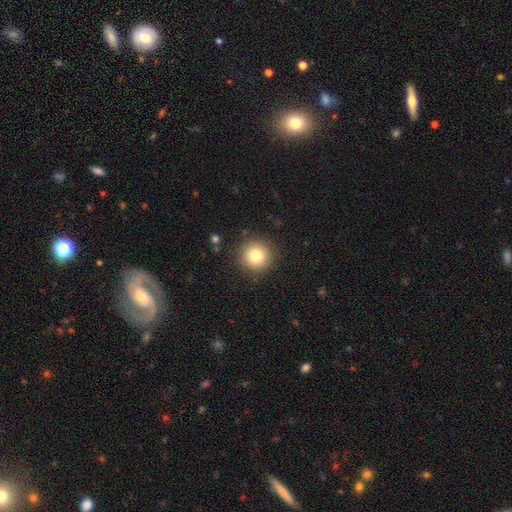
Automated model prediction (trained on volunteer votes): This is clearly a smooth galaxy (81%). How rounded: clearly round (95%). Merging: clearly none (90%).